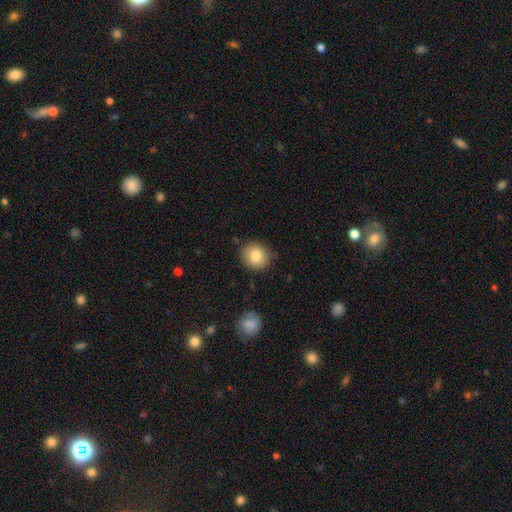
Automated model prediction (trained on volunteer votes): smooth-or-featured: smooth: 82% | featured or disk: 9% | star or artifact: 9%
  how-rounded: round: 85% | in between: 14% | cigar-shaped: 1%
  merging: none: 85% | minor disturbance: 10% | major disturbance: 2% | merger: 2%